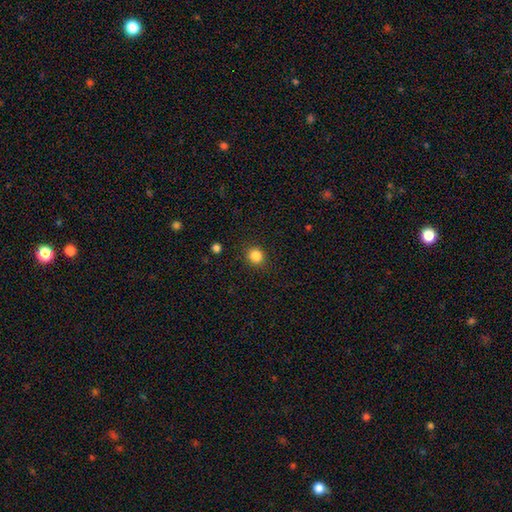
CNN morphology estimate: A smooth galaxy with no disk features (85%) that is round (86%).

Vote fractions:
- Smooth or featured? smooth: 85% / star or artifact: 12% / featured or disk: 4%
- How rounded? round: 86% / in between: 13% / cigar-shaped: 1%
- Merging? none: 89% / minor disturbance: 7% / major disturbance: 3% / merger: 1%